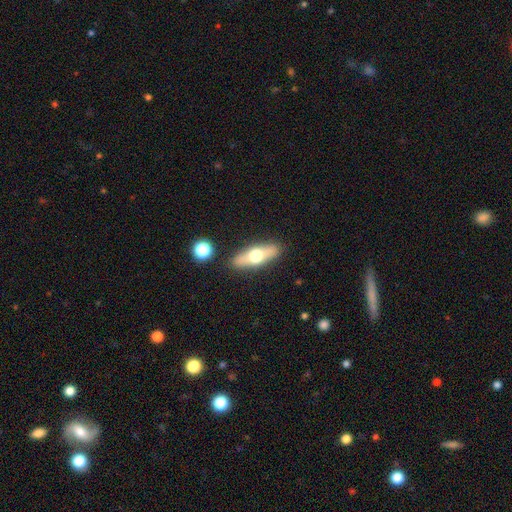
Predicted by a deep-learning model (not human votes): Smooth or featured?
  - smooth: 52% *
  - featured or disk: 42%
  - star or artifact: 7%
How rounded?
  - in between: 53% *
  - cigar-shaped: 43%
  - round: 4%
Merging?
  - none: 85% *
  - minor disturbance: 9%
  - merger: 3%
  - major disturbance: 2%